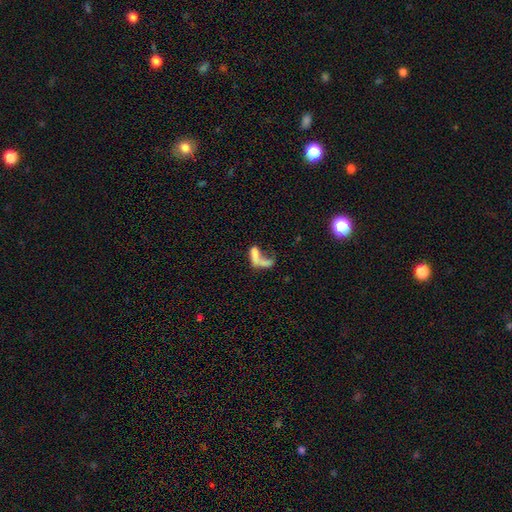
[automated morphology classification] smooth_or_featured: smooth (p=0.57) [alt: featured or disk p=0.29]
how_rounded: in between (p=0.60) [alt: cigar-shaped p=0.32]
merging: merger (p=0.47) [alt: major disturbance p=0.25]